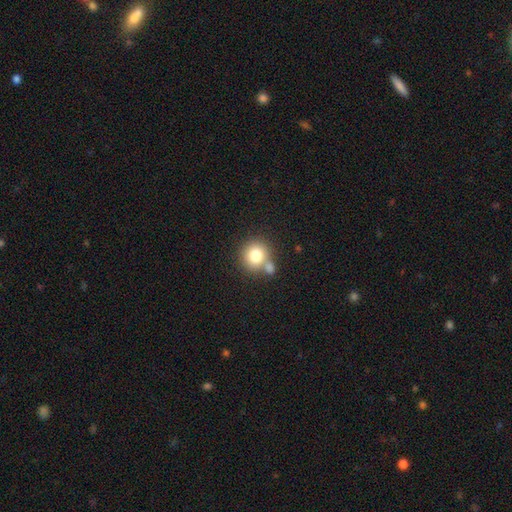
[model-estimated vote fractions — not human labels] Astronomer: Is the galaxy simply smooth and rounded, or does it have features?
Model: smooth — 80%.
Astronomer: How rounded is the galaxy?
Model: round — 85%.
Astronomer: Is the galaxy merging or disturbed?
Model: none — 54% (runner-up: merger, 32%).